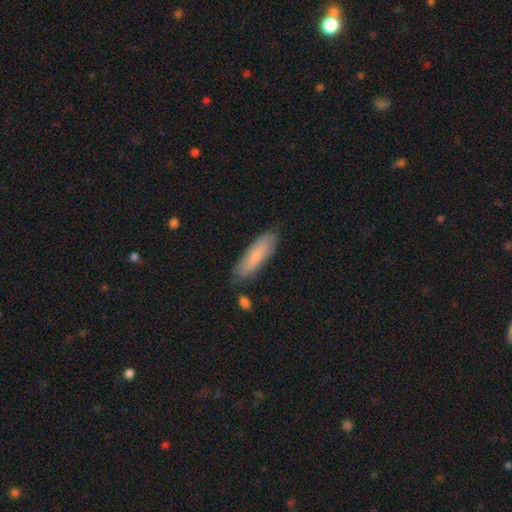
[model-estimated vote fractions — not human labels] smooth_or_featured: smooth (p=0.76) [alt: featured or disk p=0.18]
how_rounded: cigar-shaped (p=0.56) [alt: in between p=0.42]
merging: none (p=0.79) [alt: minor disturbance p=0.15]